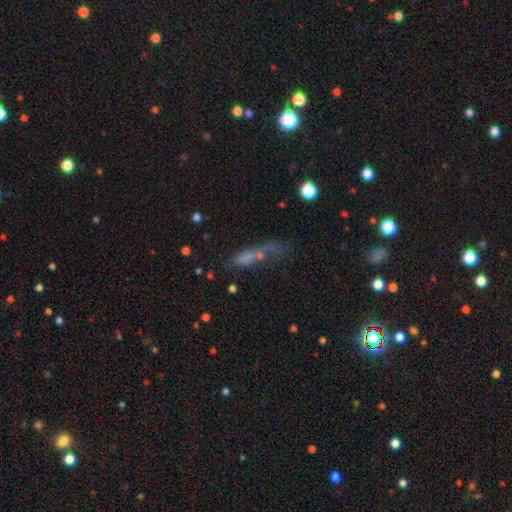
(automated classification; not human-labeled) Smooth or featured? Predicted: smooth (p=0.44). Merging? Predicted: none (p=0.44).